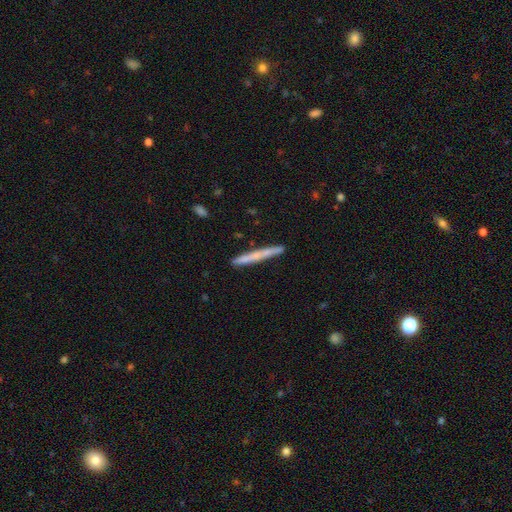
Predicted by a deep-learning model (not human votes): Smooth or featured? smooth (53%)
How rounded? cigar-shaped (96%)
Merging? none (88%)